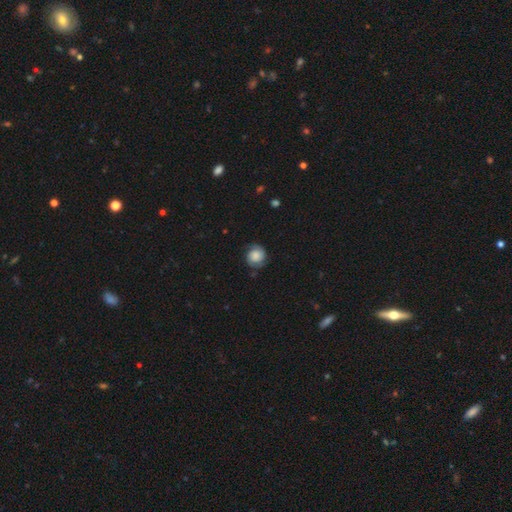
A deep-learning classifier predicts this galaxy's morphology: Smooth or featured: featured or disk — 47% (smooth — 44%)
Merging: none — 74% (minor disturbance — 18%)